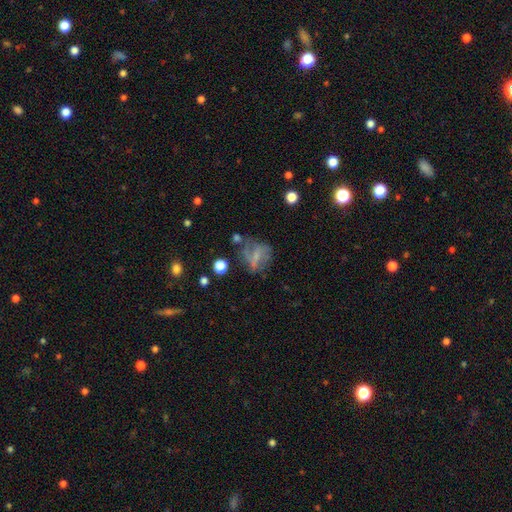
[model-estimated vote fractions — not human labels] This appears to be a featured or disk galaxy (50%). Merging: none (41%).